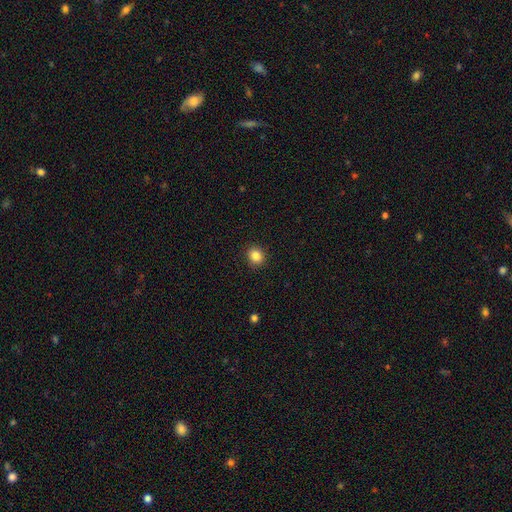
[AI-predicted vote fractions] Morphology: type=smooth (86%); roundness=round (79%); merging=none (91%).